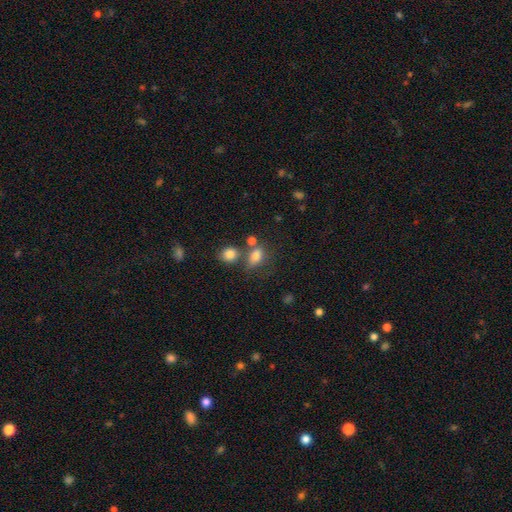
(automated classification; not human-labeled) A smooth galaxy with no disk features (80%) that is in between round and cigar-shaped (74%).

Vote fractions:
- Smooth or featured? smooth: 80% / star or artifact: 12% / featured or disk: 8%
- How rounded? in between: 74% / round: 24% / cigar-shaped: 3%
- Merging? none: 51% / merger: 23% / minor disturbance: 17% / major disturbance: 9%